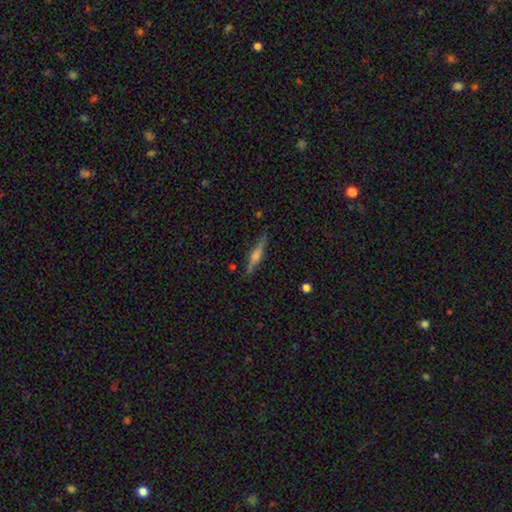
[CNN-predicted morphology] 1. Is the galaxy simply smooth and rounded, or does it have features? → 67% featured or disk, 26% smooth, 7% star or artifact.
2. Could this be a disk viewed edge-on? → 98% yes, 2% no.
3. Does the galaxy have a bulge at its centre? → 77% rounded, 16% boxy, 8% none.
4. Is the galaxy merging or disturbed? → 89% none, 8% minor disturbance, 2% major disturbance, 1% merger.